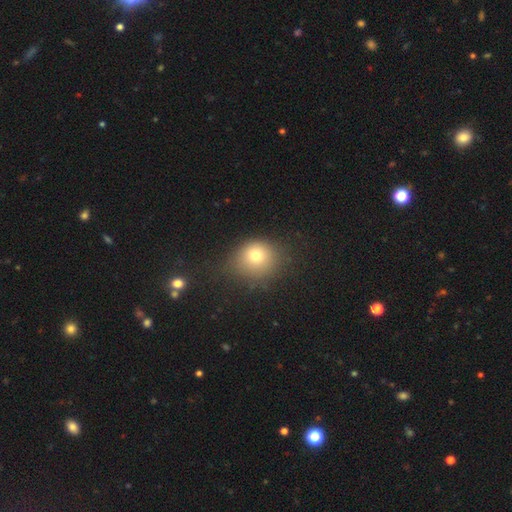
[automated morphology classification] The model was most divided on "merging": none: 69%, minor disturbance: 19%, major disturbance: 9%, merger: 3%. More confident: how rounded — round (76%); smooth or featured — smooth (74%).